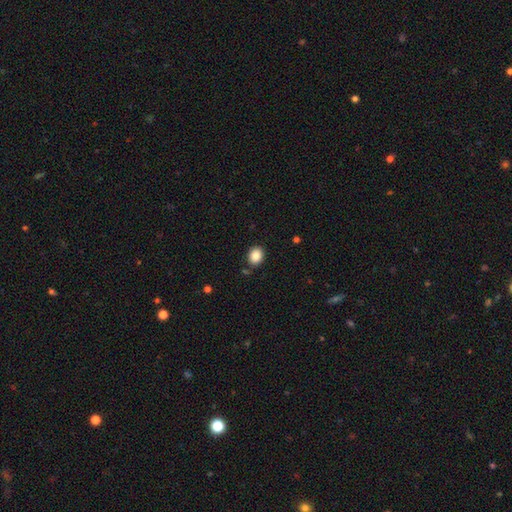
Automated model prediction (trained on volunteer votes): Smooth or featured?
  - smooth: 86% *
  - star or artifact: 9%
  - featured or disk: 5%
How rounded?
  - round: 50% *
  - in between: 49%
  - cigar-shaped: 1%
Merging?
  - none: 85% *
  - minor disturbance: 10%
  - merger: 3%
  - major disturbance: 2%